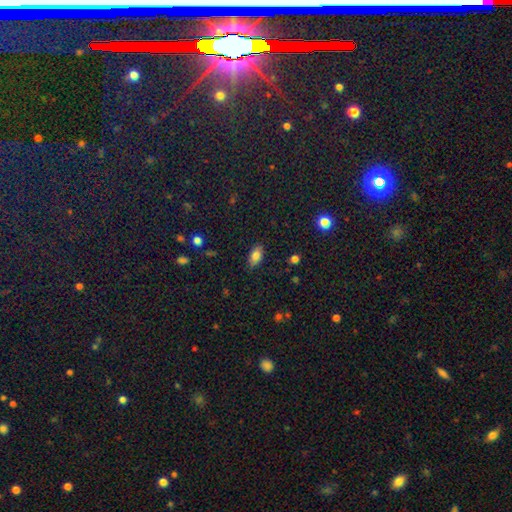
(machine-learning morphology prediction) A smooth galaxy with no disk features (81%) that is in between round and cigar-shaped (90%). Merging: none (84%).